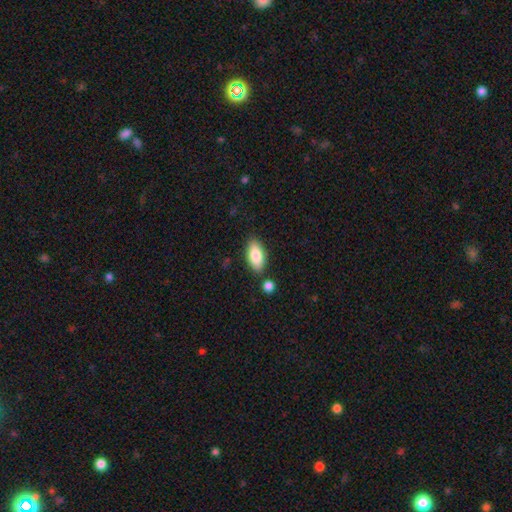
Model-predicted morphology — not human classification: This appears to be a smooth galaxy with no disk features (83%) that is in between round and cigar-shaped (88%). Merging: none (82%).